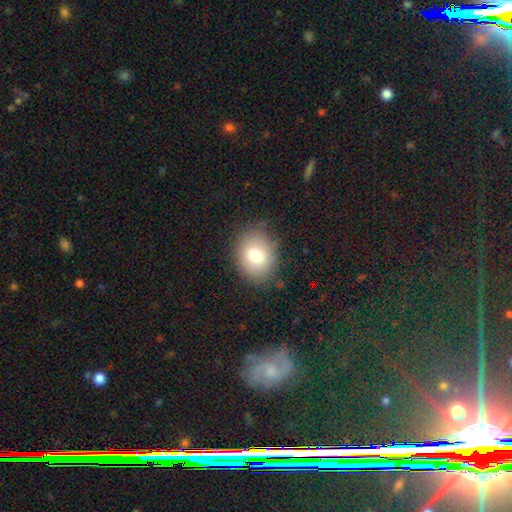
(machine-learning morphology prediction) This appears to be a smooth galaxy with no disk features (76%) that is round (53%). Merging: none (81%).